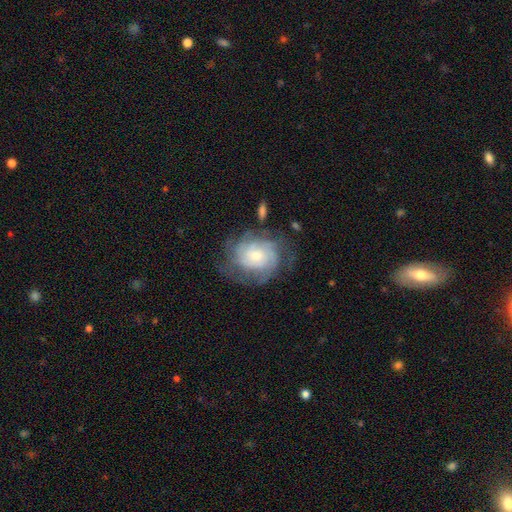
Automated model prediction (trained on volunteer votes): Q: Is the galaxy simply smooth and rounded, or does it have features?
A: featured or disk — 75%.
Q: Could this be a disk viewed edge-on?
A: no — 97%.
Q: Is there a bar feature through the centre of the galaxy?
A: no — 76%.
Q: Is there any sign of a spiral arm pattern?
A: yes — 90%.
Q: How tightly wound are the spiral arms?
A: tight — 64%.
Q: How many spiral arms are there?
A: can't tell — 46%.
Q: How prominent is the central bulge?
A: small — 49%.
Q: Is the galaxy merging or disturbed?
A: none — 64%.